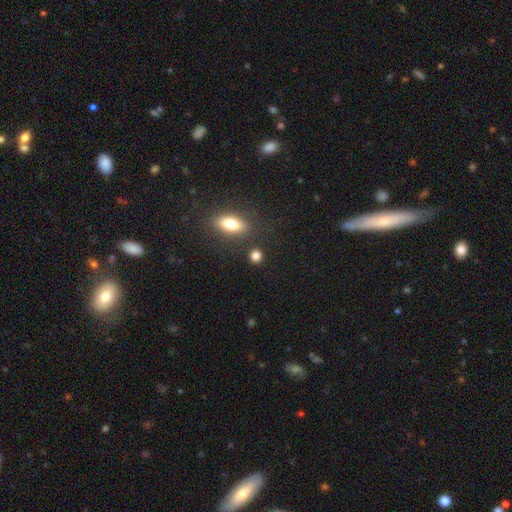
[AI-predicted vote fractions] A smooth galaxy with no disk features (82%) that is round (77%).

Vote fractions:
- Smooth or featured? smooth: 82% / star or artifact: 12% / featured or disk: 6%
- How rounded? round: 77% / in between: 19% / cigar-shaped: 4%
- Merging? none: 83% / minor disturbance: 8% / merger: 6% / major disturbance: 3%